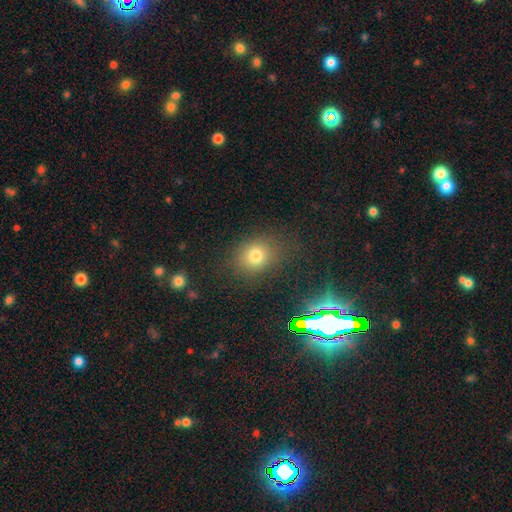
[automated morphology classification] Smooth or featured: smooth — 74% (star or artifact — 17%)
How rounded: round — 57% (in between — 42%)
Merging: none — 77% (minor disturbance — 14%)